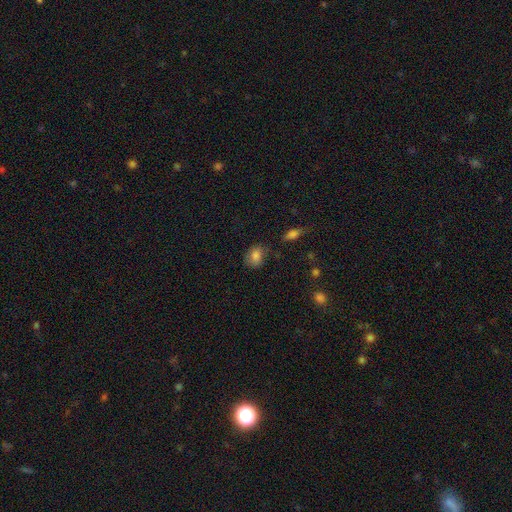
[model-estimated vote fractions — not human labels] This appears to be a smooth galaxy with no disk features (81%) that is in between round and cigar-shaped (56%). Merging: none (68%).